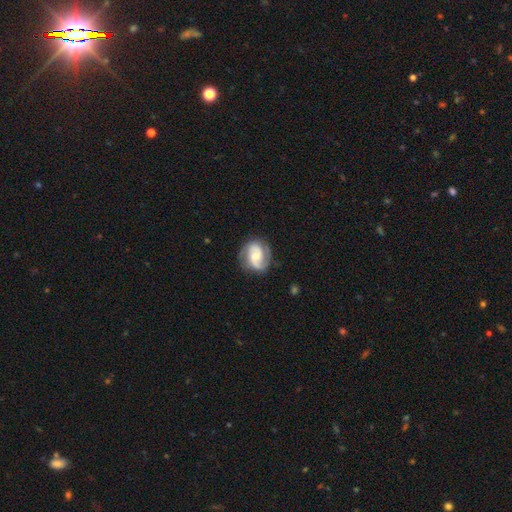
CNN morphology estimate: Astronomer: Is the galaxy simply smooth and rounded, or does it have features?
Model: featured or disk — 80%.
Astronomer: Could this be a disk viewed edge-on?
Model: no — 98%.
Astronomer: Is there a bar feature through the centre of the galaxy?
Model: weak — 43% (runner-up: no, 42%).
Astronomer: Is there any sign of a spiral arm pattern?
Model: yes — 96%.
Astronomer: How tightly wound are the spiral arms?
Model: medium — 48% (runner-up: tight, 32%).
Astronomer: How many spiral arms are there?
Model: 2 — 87%.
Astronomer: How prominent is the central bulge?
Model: moderate — 41% (runner-up: small, 38%).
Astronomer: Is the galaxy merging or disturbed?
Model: none — 76%.